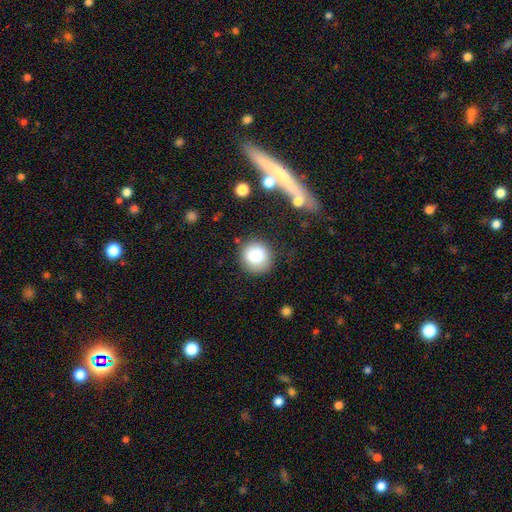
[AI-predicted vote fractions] Smooth or featured?
  - smooth: 83% *
  - star or artifact: 9%
  - featured or disk: 8%
How rounded?
  - round: 88% *
  - in between: 11%
  - cigar-shaped: 1%
Merging?
  - none: 80% *
  - minor disturbance: 12%
  - major disturbance: 4%
  - merger: 3%